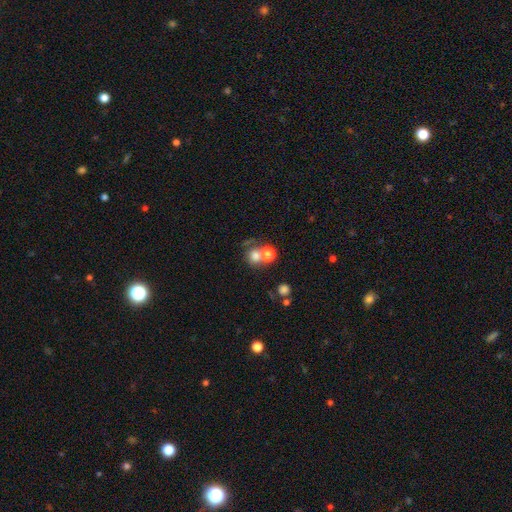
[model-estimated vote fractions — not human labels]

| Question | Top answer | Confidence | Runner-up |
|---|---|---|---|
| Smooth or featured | smooth | 72% | star or artifact (16%) |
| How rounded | round | 82% | in between (17%) |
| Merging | none | 44% | merger (40%) |